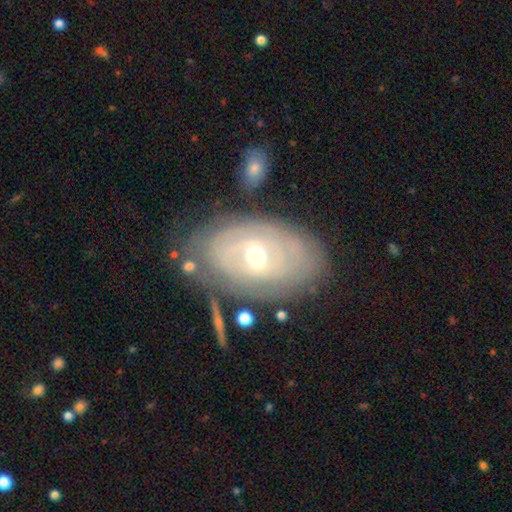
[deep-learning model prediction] The model was most divided on "bar": no: 47%, weak: 40%, strong: 12%. More confident: edge-on disk — no (93%); spiral winding — tight (80%); smooth or featured — featured or disk (77%); spiral arms — yes (77%); merging — none (69%); bulge size — moderate (62%); spiral arm count — can't tell (61%).